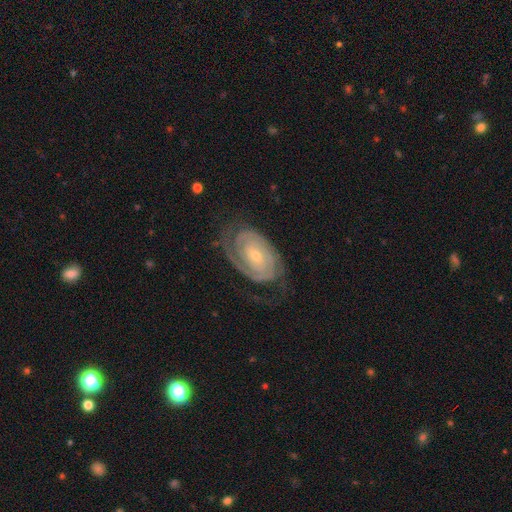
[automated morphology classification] smooth_or_featured: featured or disk (p=0.89) [alt: smooth p=0.06]
disk_edge_on: no (p=0.96) [alt: yes p=0.04]
bar: no (p=0.65) [alt: weak p=0.24]
has_spiral_arms: yes (p=0.97) [alt: no p=0.03]
spiral_winding: tight (p=0.78) [alt: medium p=0.18]
spiral_arm_count: 2 (p=0.67) [alt: can't tell p=0.14]
bulge_size: small (p=0.70) [alt: moderate p=0.27]
merging: none (p=0.72) [alt: minor disturbance p=0.17]